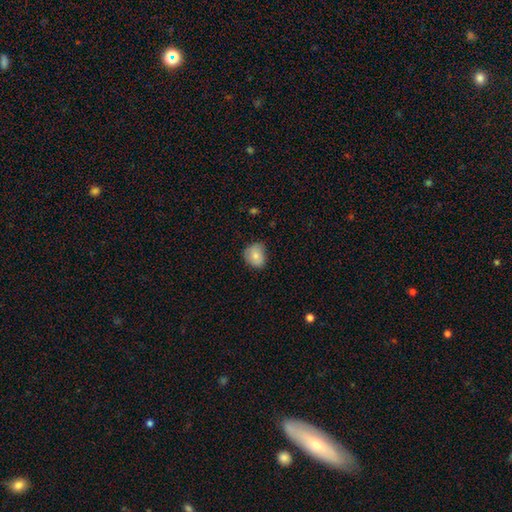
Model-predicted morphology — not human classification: A smooth galaxy with no disk features (79%) that is round (58%). Merging: none (60%).